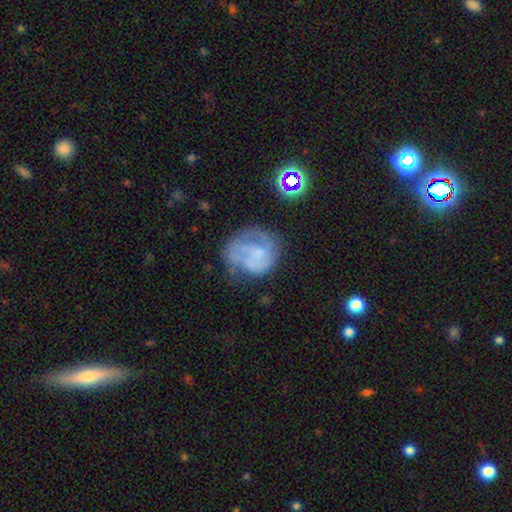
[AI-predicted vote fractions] featured or disk 54%, smooth 35%, star or artifact 11%. Down the decision tree: edge-on disk — no (98%); bar — no (75%); spiral arms — no (50%, tied with yes); bulge size — none (50%); merging — none (43%).